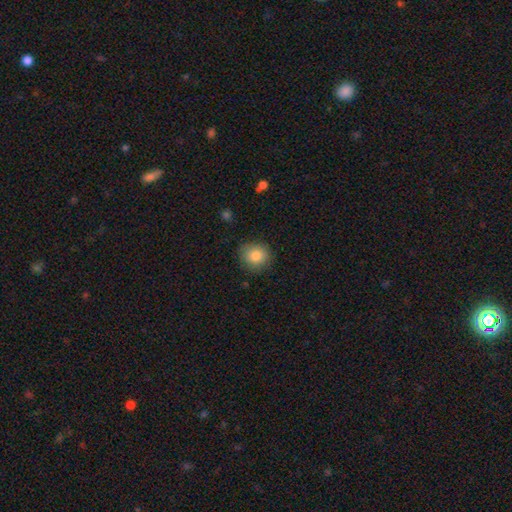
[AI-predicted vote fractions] The model was most divided on "merging": none: 84%, minor disturbance: 12%, major disturbance: 3%, merger: 1%. More confident: how rounded — round (87%); smooth or featured — smooth (84%).